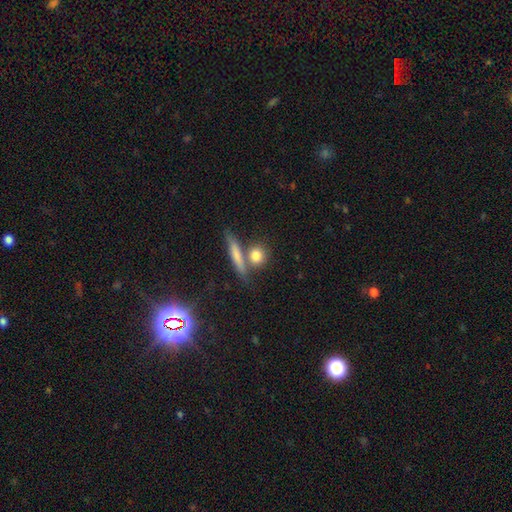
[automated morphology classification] Smooth or featured? smooth (79%)
How rounded? round (63%)
Merging? none (63%)